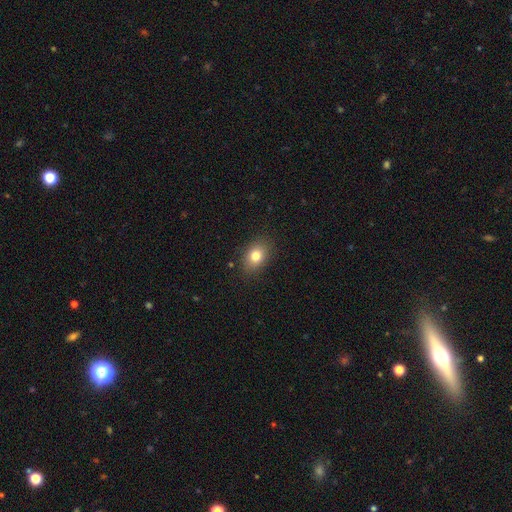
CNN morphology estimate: type=smooth (80%); roundness=in between (72%); merging=none (86%).